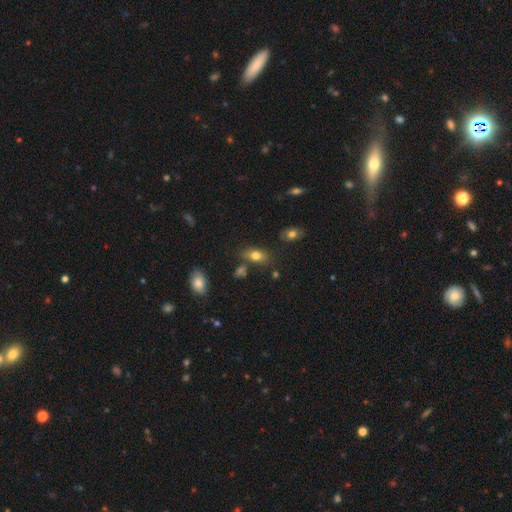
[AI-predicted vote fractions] smooth 77%, featured or disk 13%, star or artifact 10%. Down the decision tree: how rounded — in between (85%); merging — none (71%).